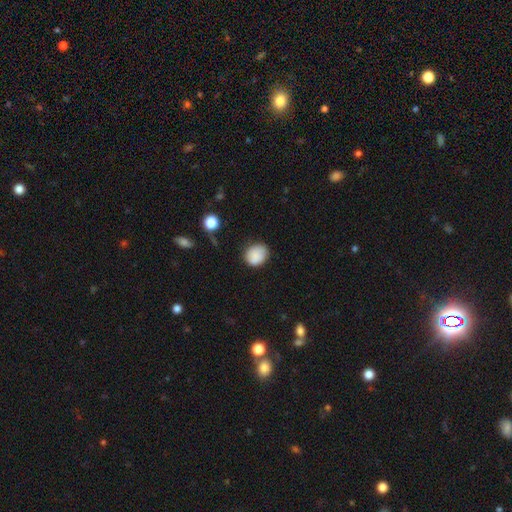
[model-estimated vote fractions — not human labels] Smooth or featured: smooth — 86% (star or artifact — 9%)
How rounded: round — 68% (in between — 31%)
Merging: none — 75% (minor disturbance — 20%)